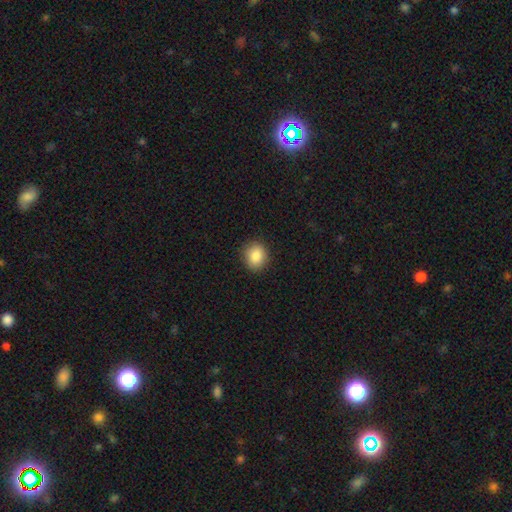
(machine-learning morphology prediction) smooth-or-featured: smooth: 87% | star or artifact: 9% | featured or disk: 5%
  how-rounded: round: 67% | in between: 32% | cigar-shaped: 1%
  merging: none: 88% | minor disturbance: 8% | major disturbance: 2% | merger: 1%